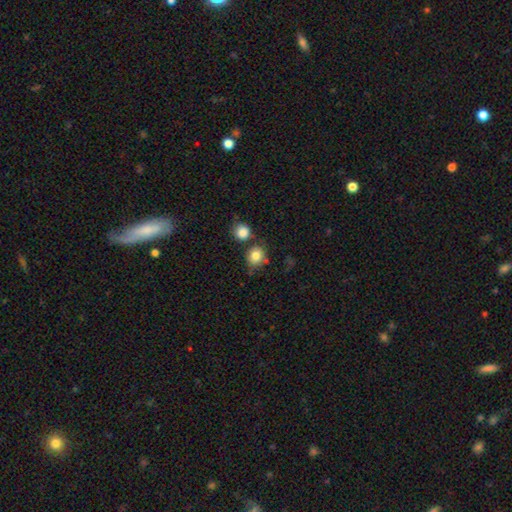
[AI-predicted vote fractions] Smooth or featured: smooth — 82% (star or artifact — 10%)
How rounded: round — 75% (in between — 24%)
Merging: none — 67% (merger — 16%)